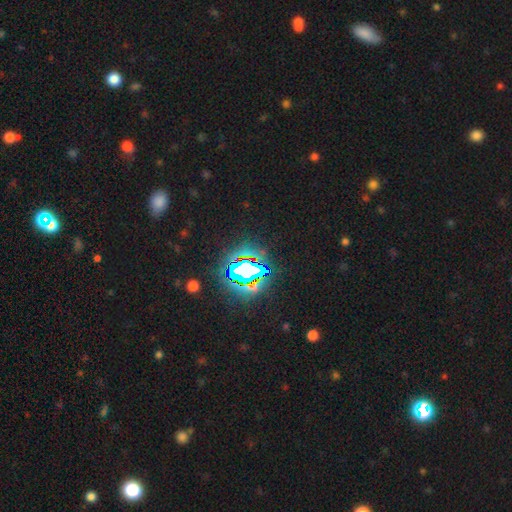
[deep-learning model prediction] Smooth or featured? Predicted: star or artifact (p=0.85).